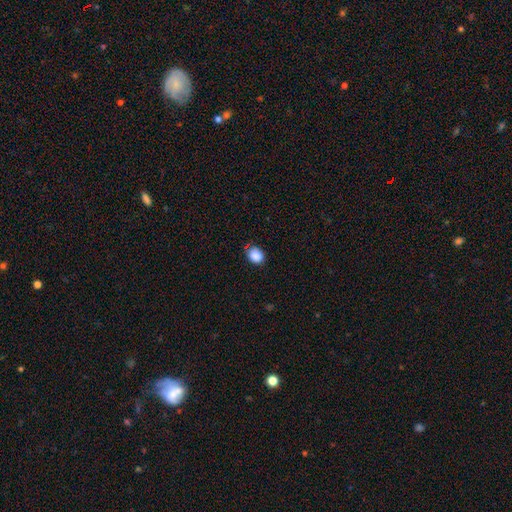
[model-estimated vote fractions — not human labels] Q: Smooth or featured?
A: smooth (88%); runner-up: star or artifact (9%)
Q: How rounded?
A: round (54%); runner-up: in between (45%)
Q: Merging?
A: none (81%); runner-up: minor disturbance (15%)